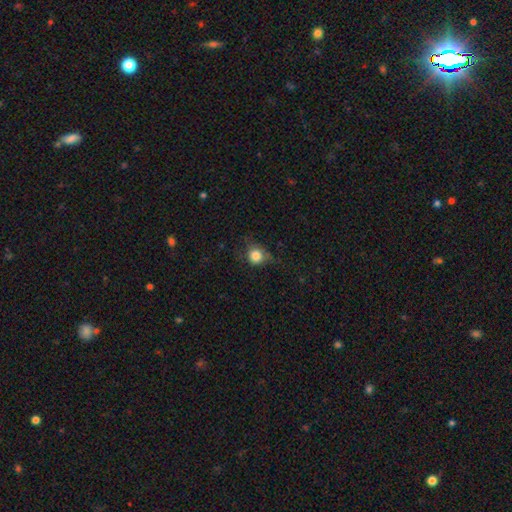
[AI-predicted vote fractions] smooth 81%, star or artifact 11%, featured or disk 8%. Down the decision tree: how rounded — round (85%); merging — none (61%).